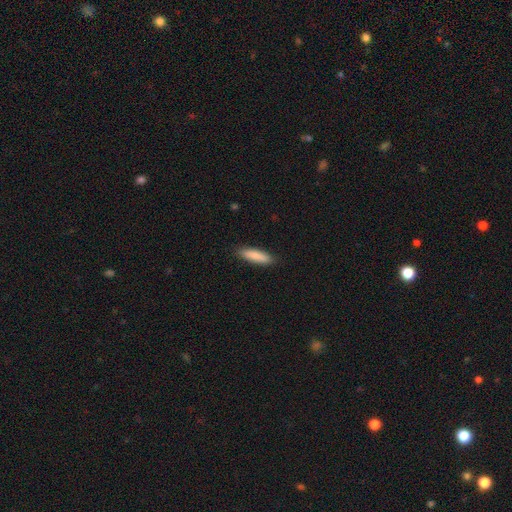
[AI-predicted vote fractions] smooth-or-featured: smooth: 87% | featured or disk: 8% | star or artifact: 6%
  how-rounded: cigar-shaped: 70% | in between: 29% | round: 1%
  merging: none: 88% | minor disturbance: 9% | major disturbance: 2% | merger: 1%